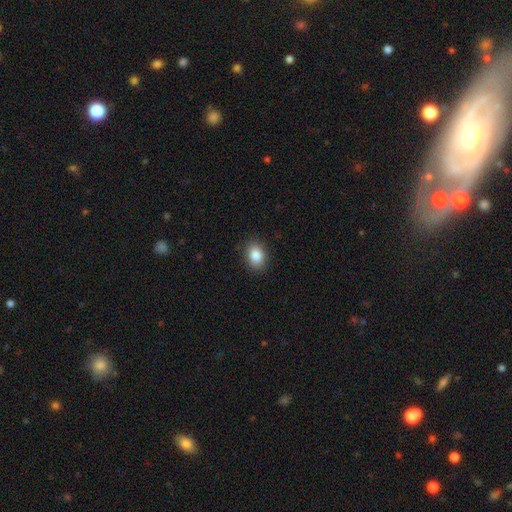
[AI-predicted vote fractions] Smooth or featured? Predicted: smooth (p=0.85). How rounded? Predicted: in between (p=0.66). Merging? Predicted: none (p=0.89).